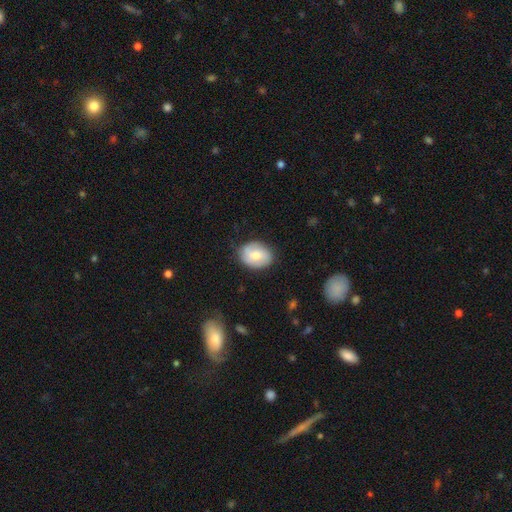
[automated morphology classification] smooth 65%, featured or disk 28%, star or artifact 7%. Down the decision tree: how rounded — in between (62%); merging — none (75%).